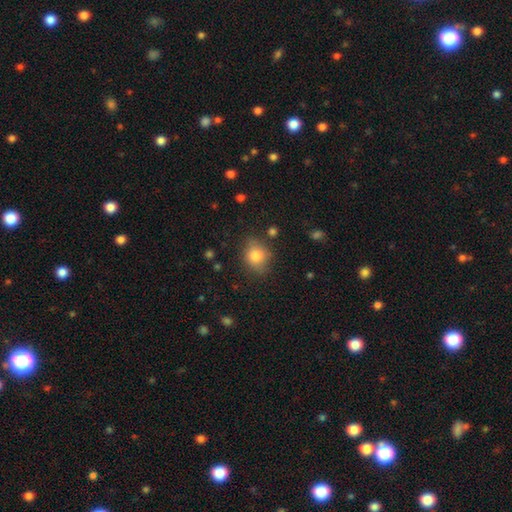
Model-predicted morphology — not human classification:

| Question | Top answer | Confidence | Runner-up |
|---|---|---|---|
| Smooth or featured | smooth | 79% | star or artifact (11%) |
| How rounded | round | 65% | in between (34%) |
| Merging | none | 75% | minor disturbance (18%) |